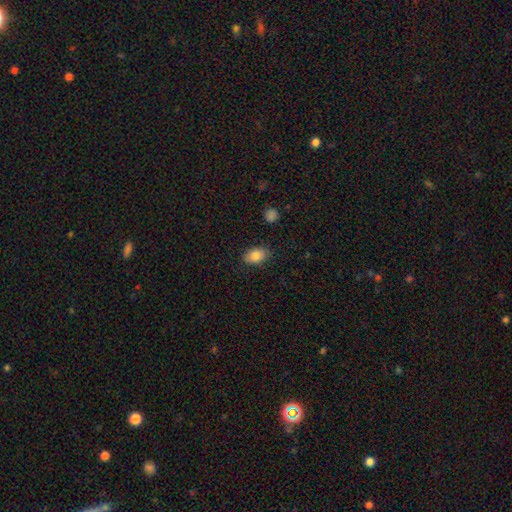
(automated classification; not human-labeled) This appears to be a smooth galaxy with no disk features (85%) that is in between round and cigar-shaped (87%). Merging: none (86%).